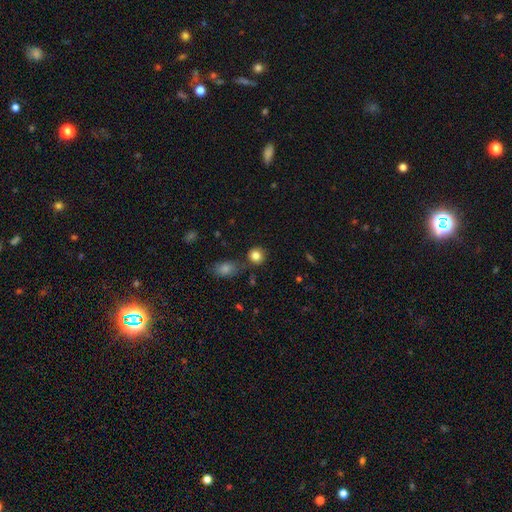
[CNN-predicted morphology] smooth 84%, star or artifact 10%, featured or disk 6%. Down the decision tree: how rounded — round (84%); merging — none (76%).